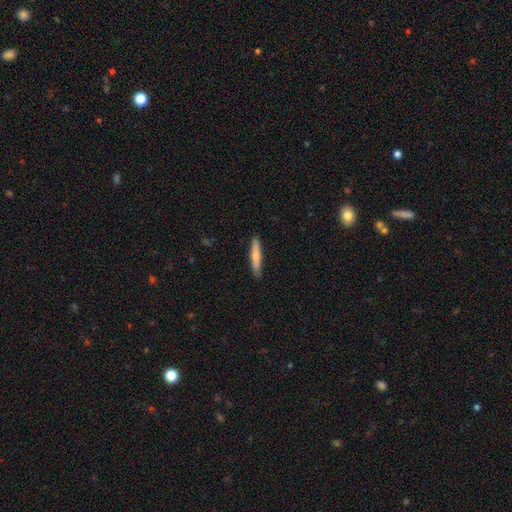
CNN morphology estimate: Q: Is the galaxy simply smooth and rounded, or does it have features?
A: smooth — 66%.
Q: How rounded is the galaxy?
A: cigar-shaped — 91%.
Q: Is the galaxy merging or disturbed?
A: none — 89%.